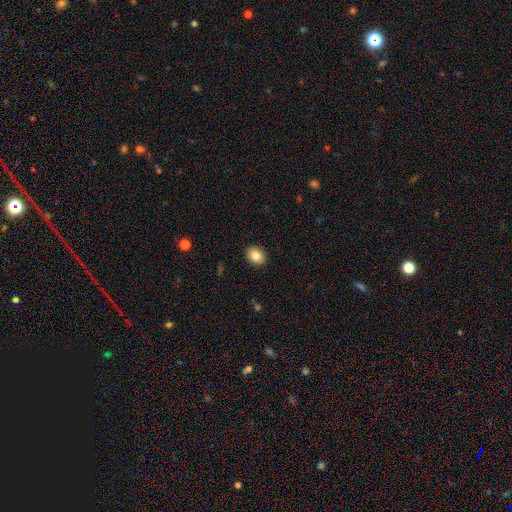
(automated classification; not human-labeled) Smooth or featured: smooth — 83% (star or artifact — 9%)
How rounded: in between — 55% (round — 44%)
Merging: none — 90% (minor disturbance — 7%)